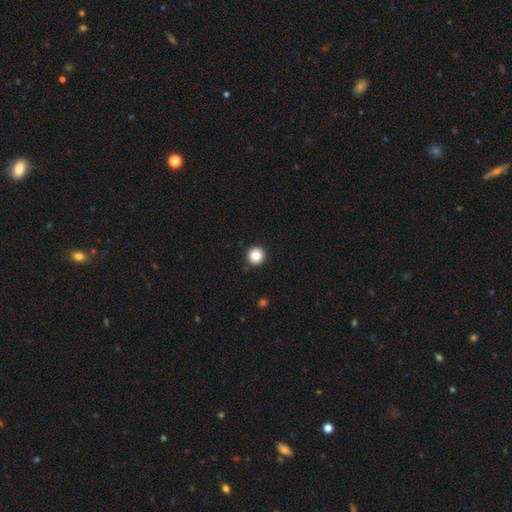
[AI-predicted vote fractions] Smooth or featured?
  - smooth: 87% *
  - star or artifact: 10%
  - featured or disk: 3%
How rounded?
  - round: 96% *
  - in between: 3%
  - cigar-shaped: 1%
Merging?
  - none: 92% *
  - minor disturbance: 5%
  - major disturbance: 2%
  - merger: 1%